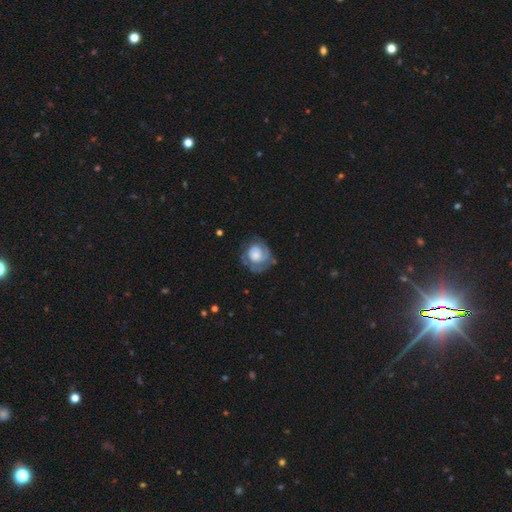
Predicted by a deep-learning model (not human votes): This appears to be a featured or disk galaxy (68%) with no bar (75%), 2 (39%) tight (61%) spiral arms (84%) and a moderate central bulge (29%). Merging: none (61%).